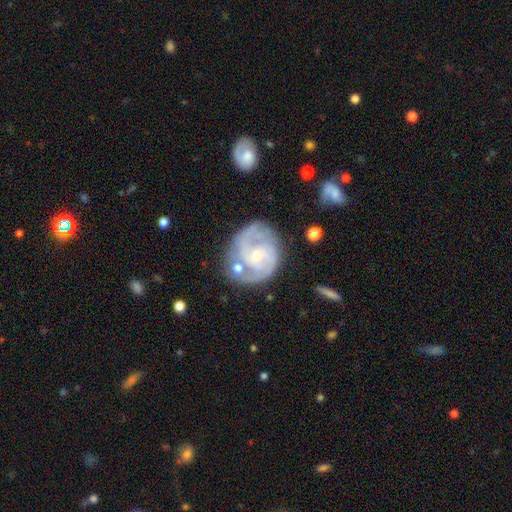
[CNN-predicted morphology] The model was most divided on "spiral winding": tight: 47%, medium: 43%, loose: 11%. More confident: edge-on disk — no (98%); spiral arms — yes (95%); smooth or featured — featured or disk (85%); merging — none (66%); bulge size — small (65%); spiral arm count — 2 (60%); bar — no (53%).